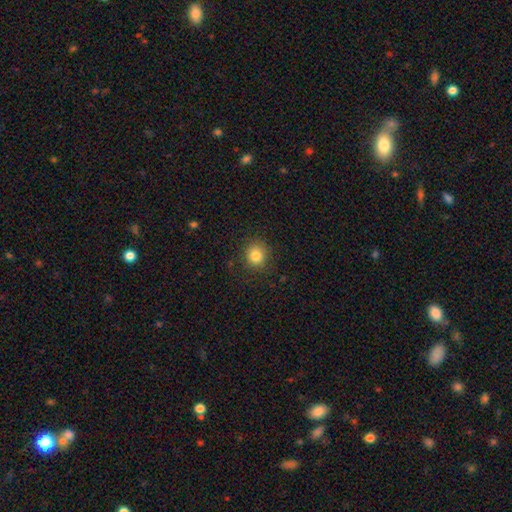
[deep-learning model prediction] Smooth or featured: smooth — 82% (star or artifact — 12%)
How rounded: round — 87% (in between — 12%)
Merging: none — 88% (minor disturbance — 9%)